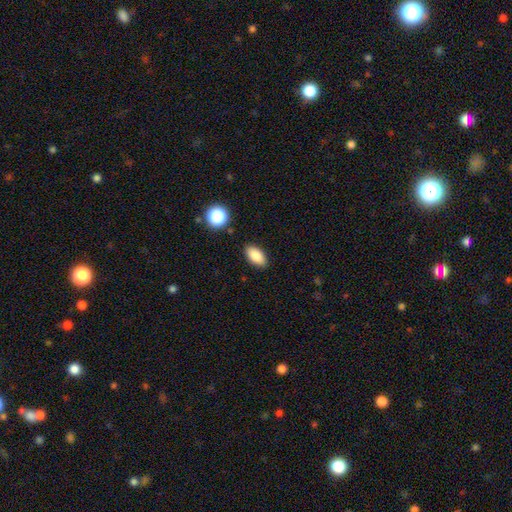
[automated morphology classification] A smooth galaxy with no disk features (86%) that is in between round and cigar-shaped (90%). Merging: none (87%).